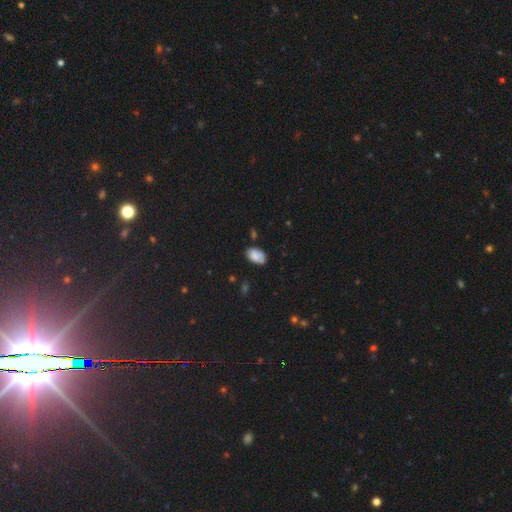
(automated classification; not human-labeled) Morphology: type=smooth (79%); roundness=in between (92%); merging=none (67%).